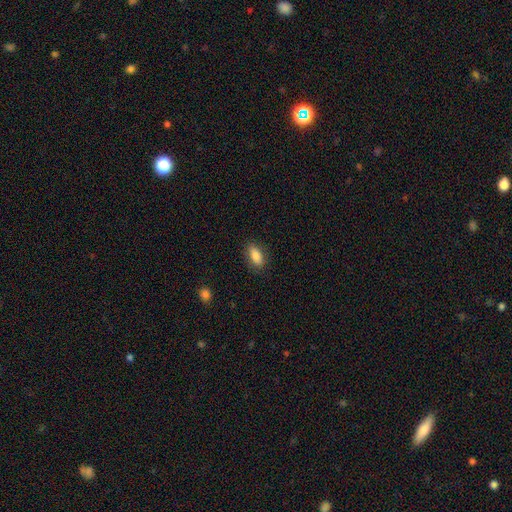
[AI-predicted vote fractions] smooth 85%, featured or disk 8%, star or artifact 7%. Down the decision tree: how rounded — in between (86%); merging — none (85%).